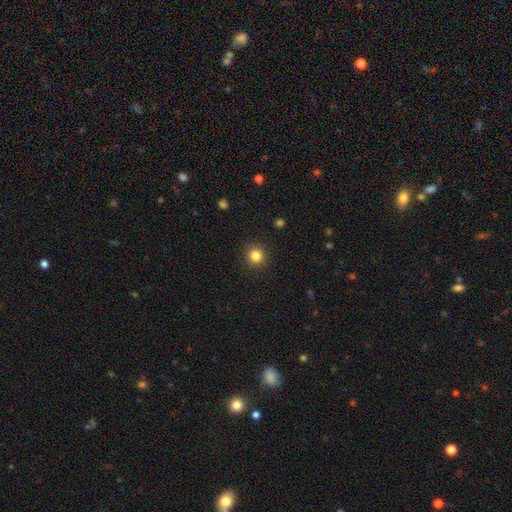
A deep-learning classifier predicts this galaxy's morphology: smooth_or_featured: smooth (p=0.84) [alt: star or artifact p=0.11]
how_rounded: round (p=0.93) [alt: in between p=0.06]
merging: none (p=0.92) [alt: minor disturbance p=0.05]